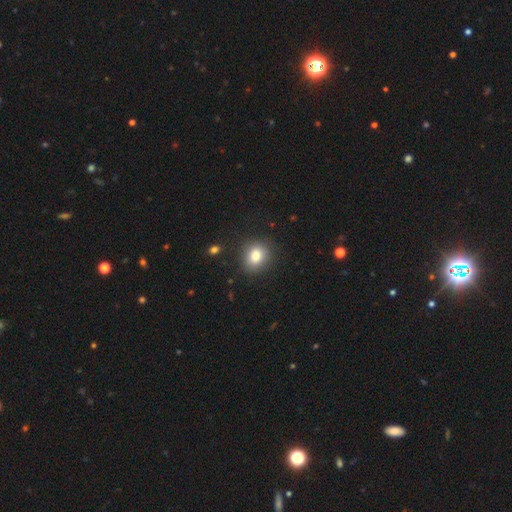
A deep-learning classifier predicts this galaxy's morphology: smooth_or_featured: smooth (p=0.81) [alt: star or artifact p=0.10]
how_rounded: round (p=0.66) [alt: in between p=0.34]
merging: none (p=0.86) [alt: minor disturbance p=0.10]